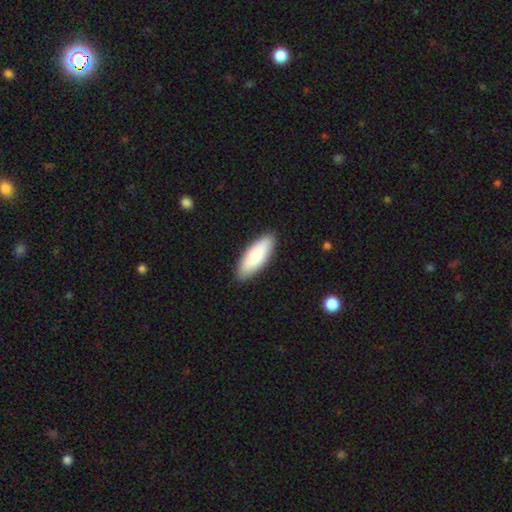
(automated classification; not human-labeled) This appears to be a smooth galaxy with no disk features (83%) that is in between round and cigar-shaped (70%). Merging: none (89%).